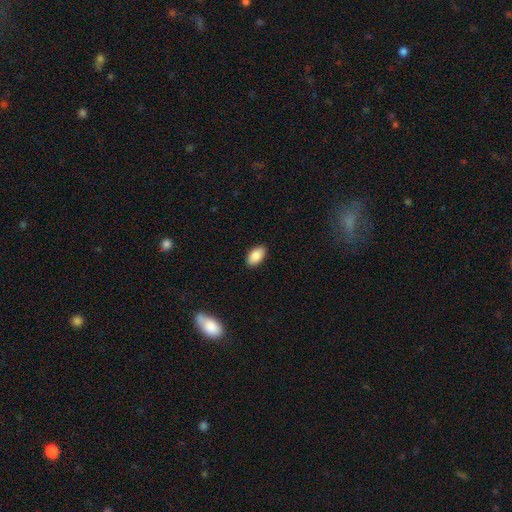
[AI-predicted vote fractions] A smooth galaxy with no disk features (89%) that is in between round and cigar-shaped (94%). Merging: none (89%).